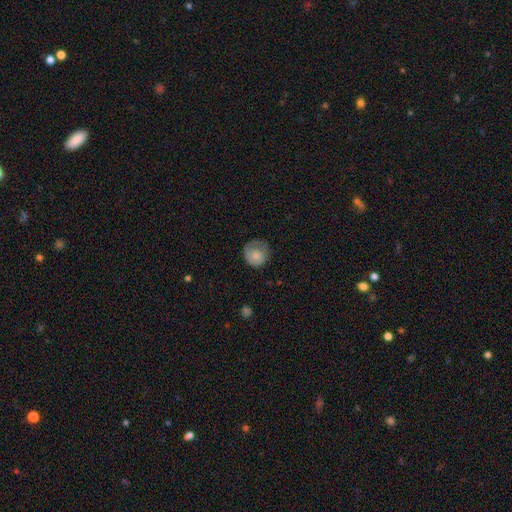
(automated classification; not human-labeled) Smooth or featured: smooth — 74% (featured or disk — 19%)
How rounded: round — 88% (in between — 11%)
Merging: none — 60% (minor disturbance — 25%)